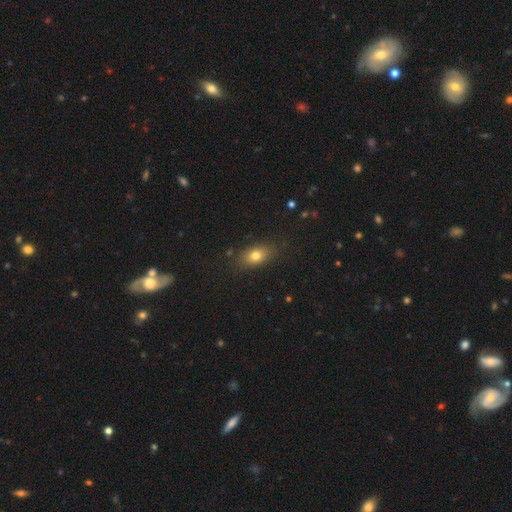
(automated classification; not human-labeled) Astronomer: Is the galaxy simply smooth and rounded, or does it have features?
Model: smooth — 77%.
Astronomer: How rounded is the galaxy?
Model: in between — 80%.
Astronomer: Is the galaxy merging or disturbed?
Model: none — 84%.